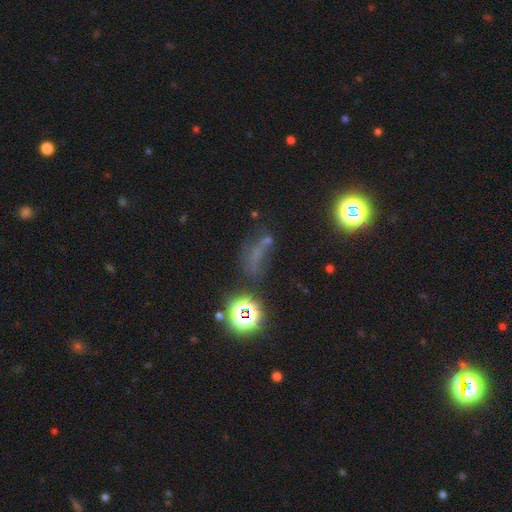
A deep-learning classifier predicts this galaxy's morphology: type=star or artifact (45%).